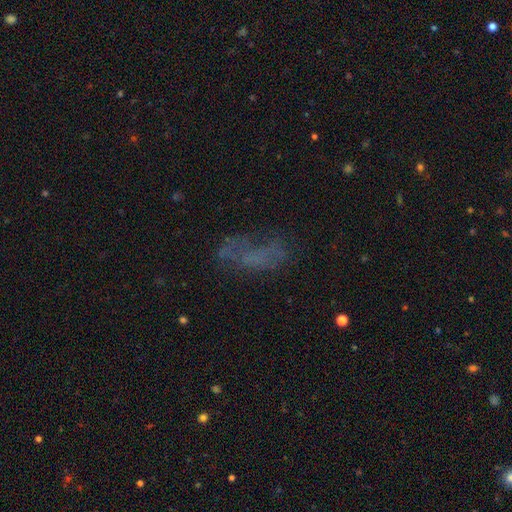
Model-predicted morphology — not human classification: Smooth or featured?
  - smooth: 39% *
  - featured or disk: 37%
  - star or artifact: 25%
Merging?
  - none: 49% *
  - major disturbance: 26%
  - minor disturbance: 21%
  - merger: 5%